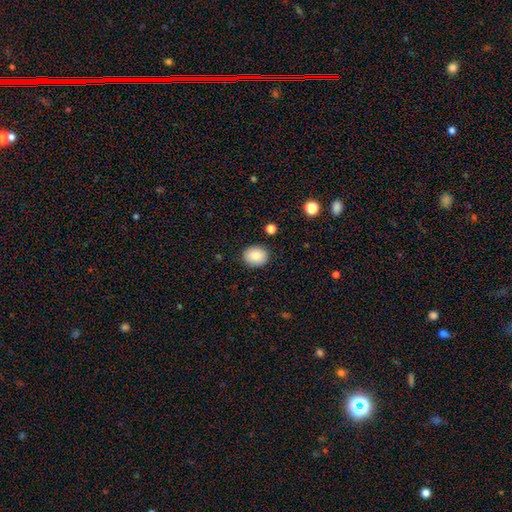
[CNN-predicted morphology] Smooth or featured?
  - smooth: 87% *
  - star or artifact: 8%
  - featured or disk: 5%
How rounded?
  - round: 56% *
  - in between: 43%
  - cigar-shaped: 1%
Merging?
  - none: 88% *
  - minor disturbance: 8%
  - major disturbance: 2%
  - merger: 2%